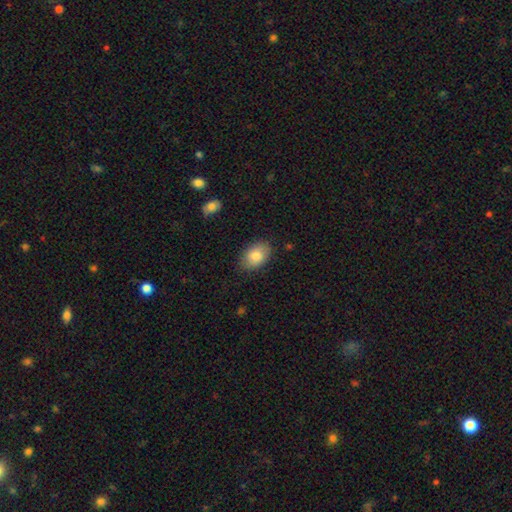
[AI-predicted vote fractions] Smooth or featured? smooth (83%)
How rounded? in between (87%)
Merging? none (82%)